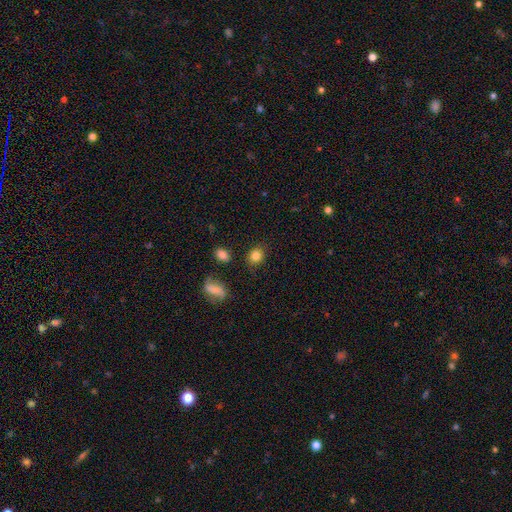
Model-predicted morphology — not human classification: Q: Smooth or featured?
A: smooth (83%); runner-up: star or artifact (10%)
Q: How rounded?
A: round (59%); runner-up: in between (39%)
Q: Merging?
A: none (83%); runner-up: minor disturbance (11%)